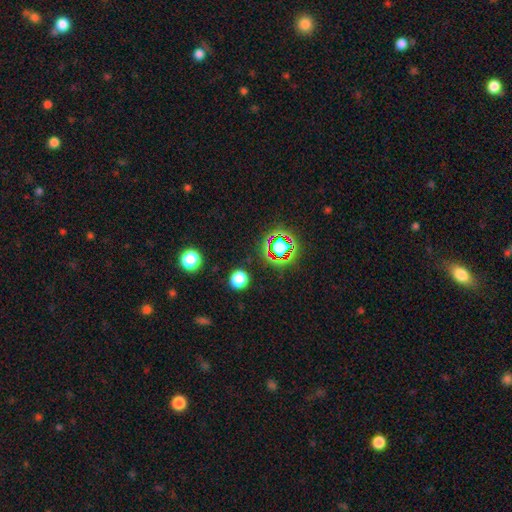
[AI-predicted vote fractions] Smooth or featured?
  - star or artifact: 74% *
  - smooth: 17%
  - featured or disk: 8%